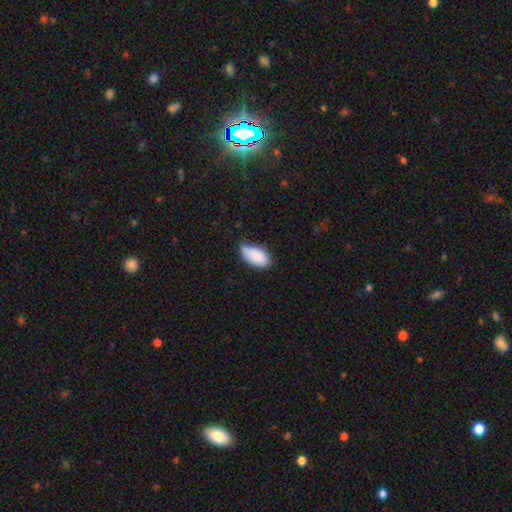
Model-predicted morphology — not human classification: Smooth or featured? Predicted: smooth (p=0.85). How rounded? Predicted: in between (p=0.94). Merging? Predicted: none (p=0.53).